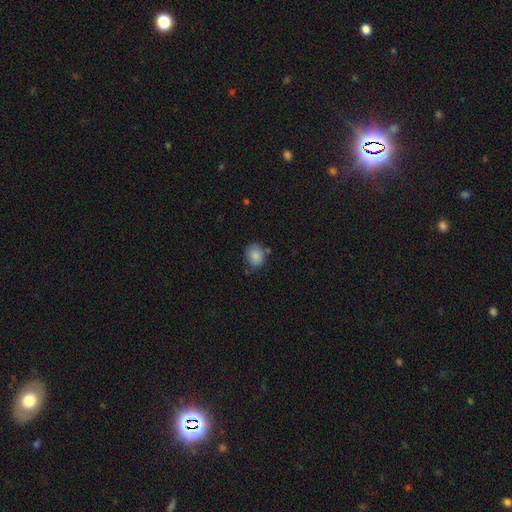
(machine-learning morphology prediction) Smooth or featured: smooth — 85% (star or artifact — 8%)
How rounded: round — 55% (in between — 44%)
Merging: none — 70% (minor disturbance — 20%)